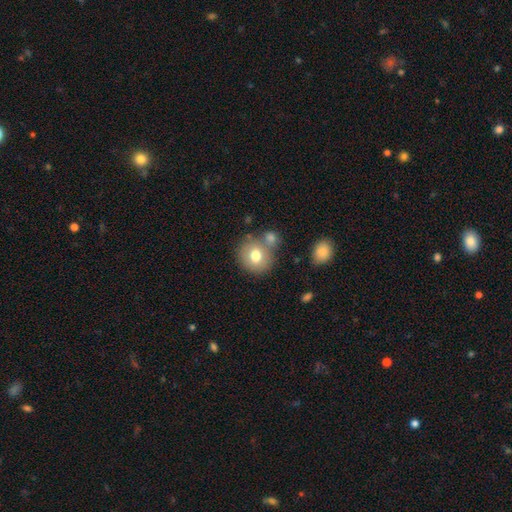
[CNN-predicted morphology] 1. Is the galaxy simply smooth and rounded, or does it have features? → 75% smooth, 16% featured or disk, 9% star or artifact.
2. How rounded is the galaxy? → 82% round, 17% in between, 1% cigar-shaped.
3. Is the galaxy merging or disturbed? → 61% none, 22% merger, 12% minor disturbance, 4% major disturbance.